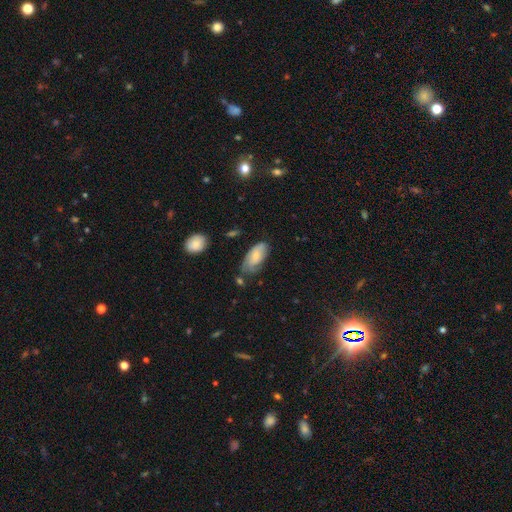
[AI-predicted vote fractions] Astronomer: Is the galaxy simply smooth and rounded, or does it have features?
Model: smooth — 62%.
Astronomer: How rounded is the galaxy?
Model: in between — 90%.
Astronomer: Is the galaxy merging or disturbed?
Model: none — 47% (runner-up: minor disturbance, 36%).